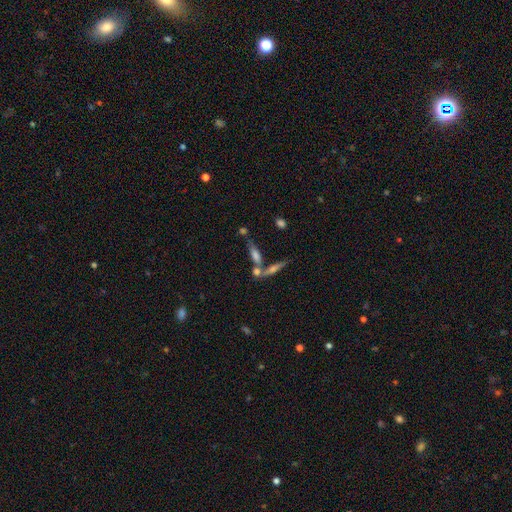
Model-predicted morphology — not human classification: Smooth or featured: featured or disk — 46% (smooth — 42%)
Merging: none — 52% (merger — 33%)